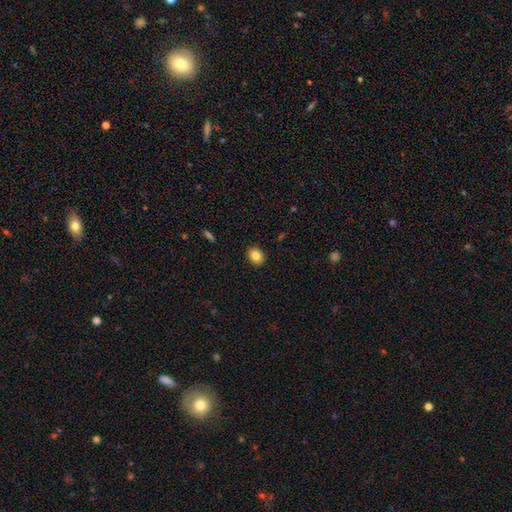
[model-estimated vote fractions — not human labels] A smooth galaxy with no disk features (83%) that is in between round and cigar-shaped (53%). Merging: none (90%).